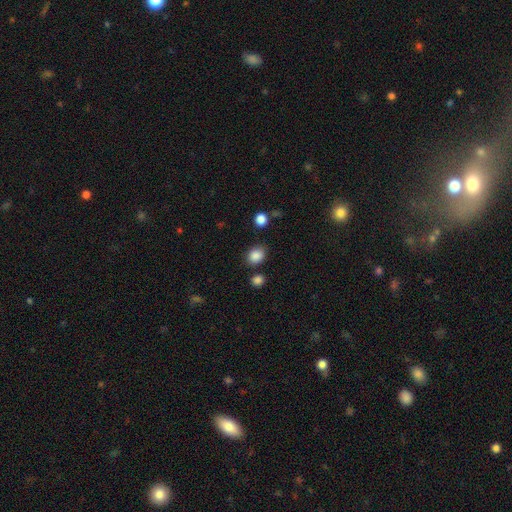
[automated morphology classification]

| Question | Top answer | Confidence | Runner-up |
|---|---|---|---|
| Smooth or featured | smooth | 86% | star or artifact (10%) |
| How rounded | in between | 50% | round (49%) |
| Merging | none | 78% | minor disturbance (12%) |